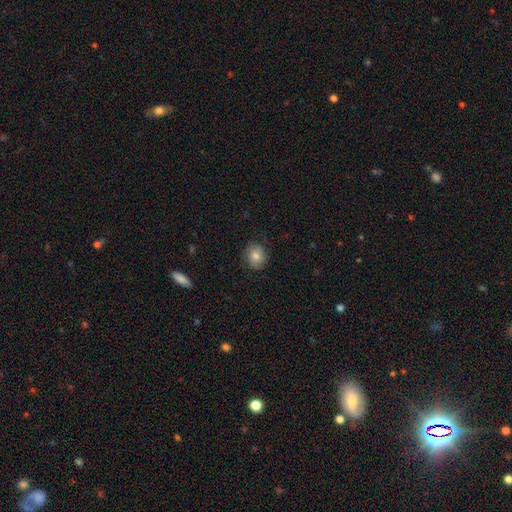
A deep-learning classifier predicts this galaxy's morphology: Smooth or featured?
  - smooth: 76% *
  - featured or disk: 15%
  - star or artifact: 9%
How rounded?
  - round: 76% *
  - in between: 23%
  - cigar-shaped: 1%
Merging?
  - none: 83% *
  - minor disturbance: 13%
  - major disturbance: 3%
  - merger: 1%